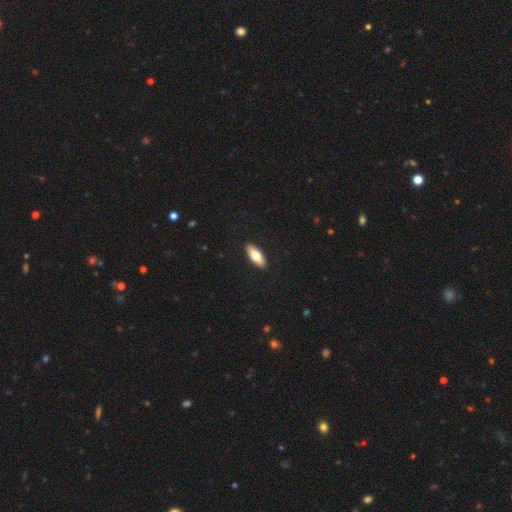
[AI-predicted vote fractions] This appears to be a smooth galaxy with no disk features (73%) that is in between round and cigar-shaped (71%). Merging: none (91%).